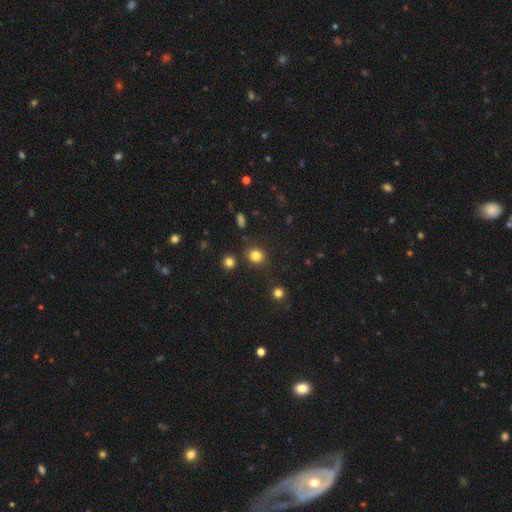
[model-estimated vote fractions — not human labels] smooth 81%, star or artifact 14%, featured or disk 5%. Down the decision tree: how rounded — round (84%); merging — none (84%).